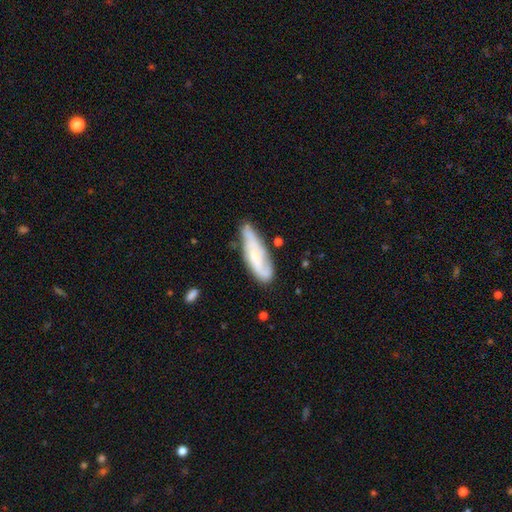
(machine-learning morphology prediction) Smooth or featured? featured or disk (63%)
Edge-on disk? no (83%)
Bar? no (62%)
Spiral arms? yes (88%)
Bulge size? small (59%)
Merging? none (64%)